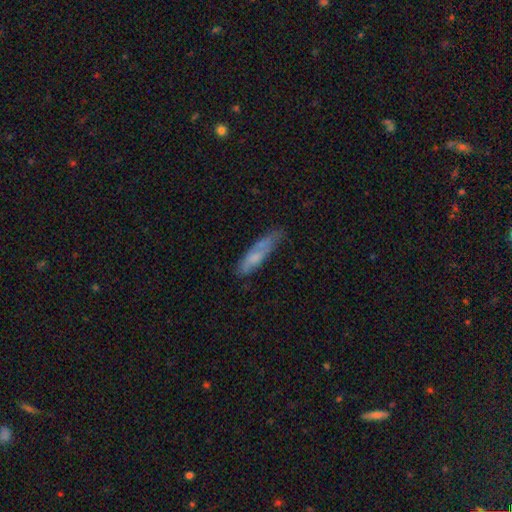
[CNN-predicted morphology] Overall: smooth (61%; featured or disk 32%). How rounded: cigar-shaped (74%). Merging: none (58%; minor disturbance 28%).